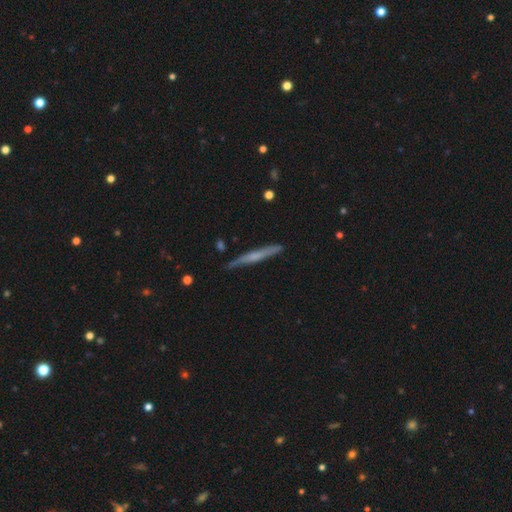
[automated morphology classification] A featured or disk galaxy (51%) viewed edge-on (96%). Merging: none (83%).